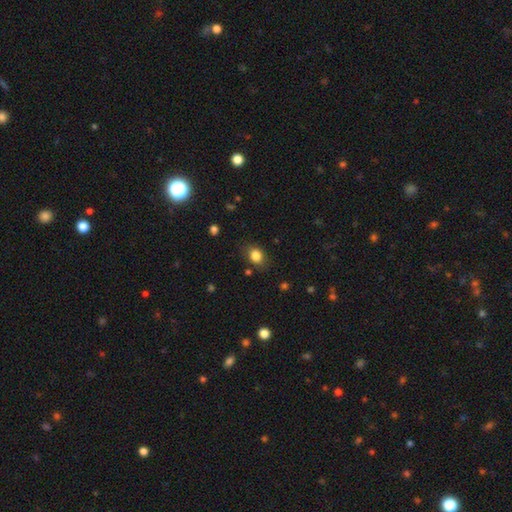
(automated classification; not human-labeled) Smooth or featured? smooth (83%)
How rounded? in between (57%)
Merging? none (78%)